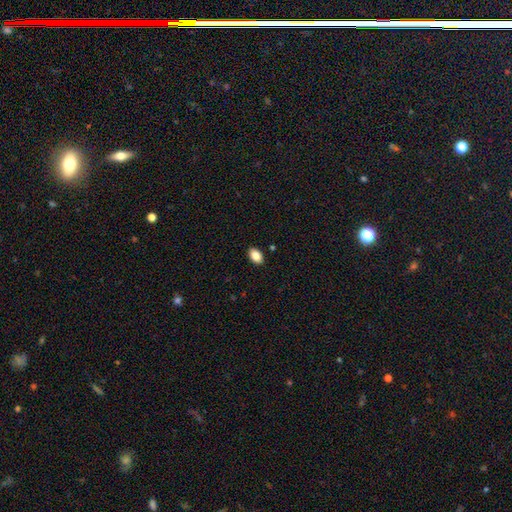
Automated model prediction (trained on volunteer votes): Overall: smooth (86%). How rounded: in between (87%). Merging: none (89%).